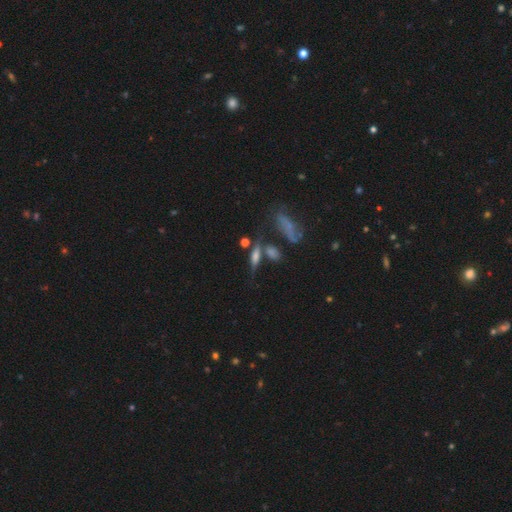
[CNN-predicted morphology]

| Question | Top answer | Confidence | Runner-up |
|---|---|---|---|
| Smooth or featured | smooth | 51% | featured or disk (38%) |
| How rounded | cigar-shaped | 52% | in between (42%) |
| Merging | none | 54% | merger (20%) |